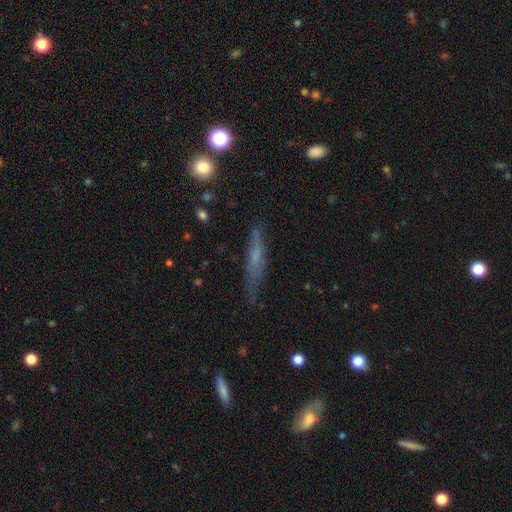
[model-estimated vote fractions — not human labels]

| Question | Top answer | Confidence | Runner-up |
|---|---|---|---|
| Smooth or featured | smooth | 49% | featured or disk (41%) |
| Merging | none | 68% | minor disturbance (23%) |